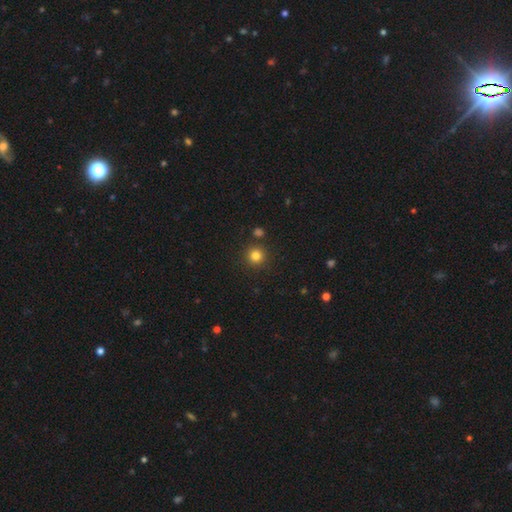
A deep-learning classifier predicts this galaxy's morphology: This appears to be a smooth galaxy with no disk features (81%) that is round (94%). Merging: none (88%).